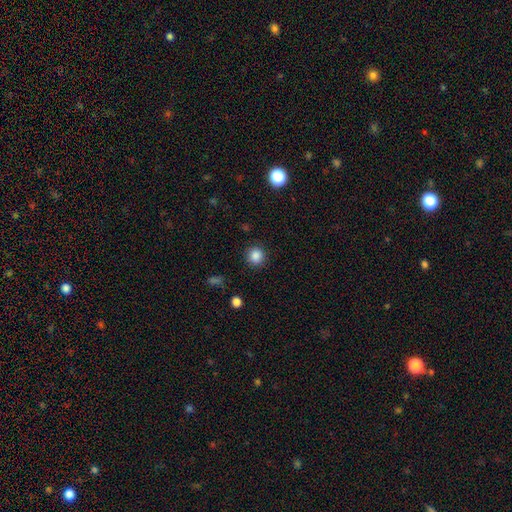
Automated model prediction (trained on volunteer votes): This appears to be a smooth galaxy with no disk features (86%) that is round (90%). Merging: none (89%).